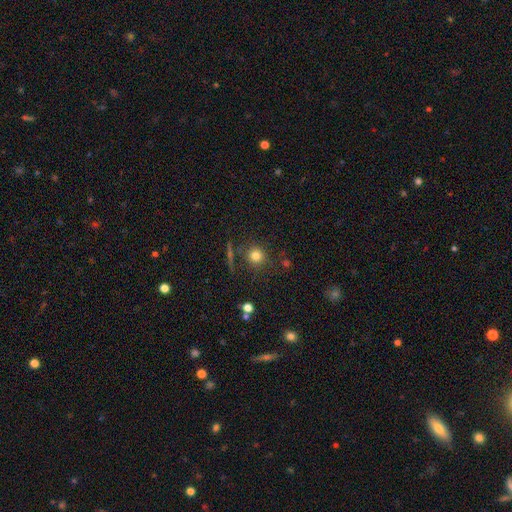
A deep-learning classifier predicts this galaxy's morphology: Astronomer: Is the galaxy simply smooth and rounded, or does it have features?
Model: smooth — 78%.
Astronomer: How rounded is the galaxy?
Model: round — 92%.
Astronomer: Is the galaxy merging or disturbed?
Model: none — 80%.